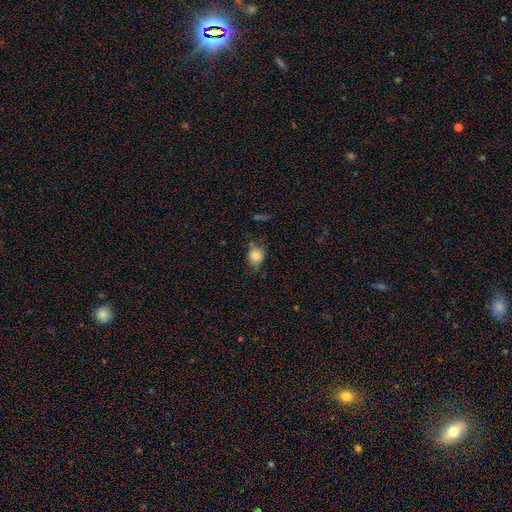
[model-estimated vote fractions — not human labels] smooth-or-featured: smooth: 81% | star or artifact: 10% | featured or disk: 9%
  how-rounded: round: 52% | in between: 46% | cigar-shaped: 1%
  merging: none: 58% | minor disturbance: 29% | major disturbance: 10% | merger: 4%